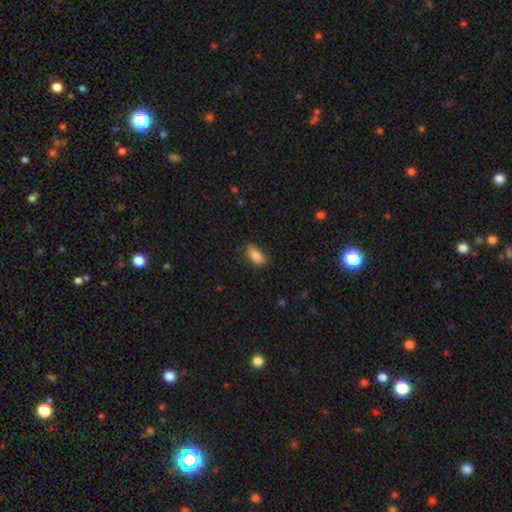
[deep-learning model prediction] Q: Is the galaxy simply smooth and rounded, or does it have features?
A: smooth — 86%.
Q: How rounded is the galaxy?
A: in between — 91%.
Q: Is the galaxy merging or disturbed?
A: none — 79%.